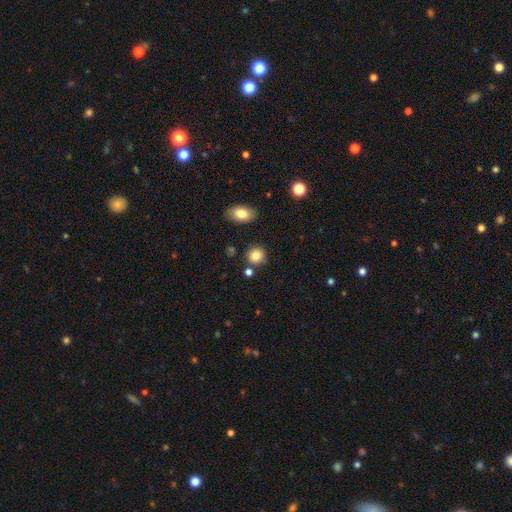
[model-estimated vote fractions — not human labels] Smooth or featured? Predicted: smooth (p=0.83). How rounded? Predicted: round (p=0.86). Merging? Predicted: none (p=0.84).